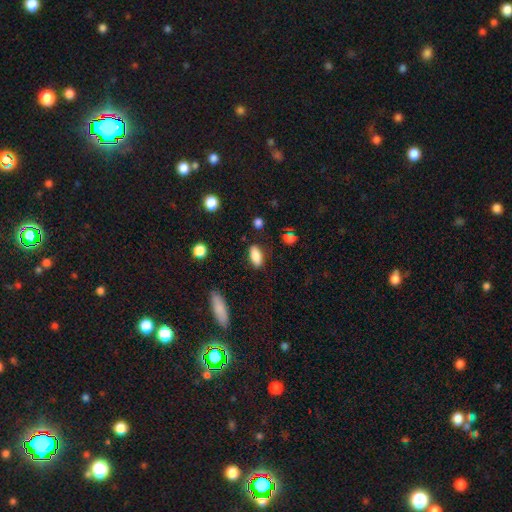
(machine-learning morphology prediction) Smooth or featured? Predicted: smooth (p=0.86). How rounded? Predicted: in between (p=0.85). Merging? Predicted: none (p=0.84).